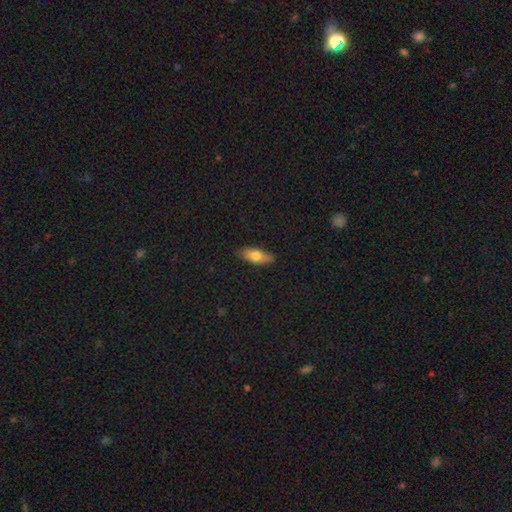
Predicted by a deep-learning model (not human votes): Morphology: type=smooth (74%); roundness=in between (78%); merging=none (85%).